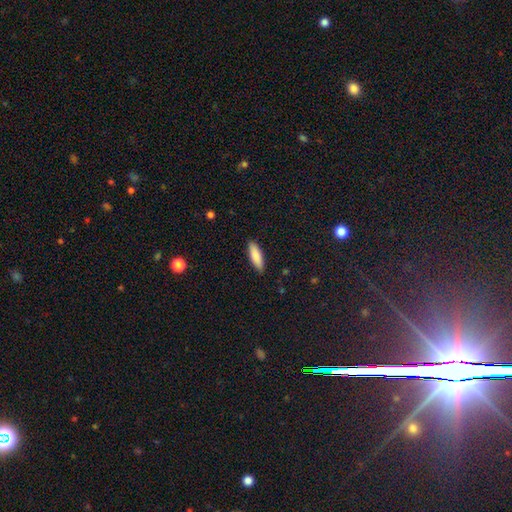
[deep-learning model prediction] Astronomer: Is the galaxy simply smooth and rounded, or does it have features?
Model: smooth — 84%.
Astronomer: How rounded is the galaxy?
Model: cigar-shaped — 56% (runner-up: in between, 43%).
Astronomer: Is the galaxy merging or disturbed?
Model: none — 89%.